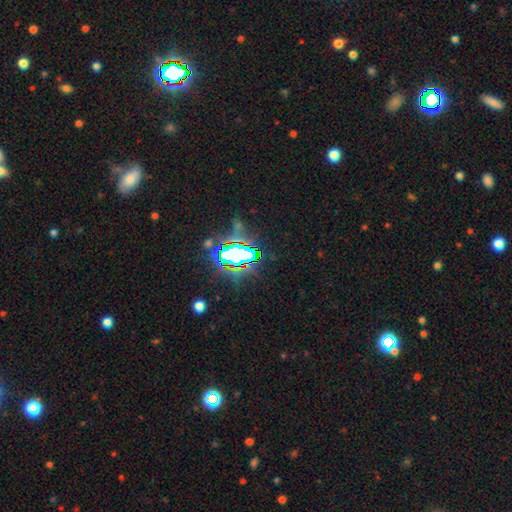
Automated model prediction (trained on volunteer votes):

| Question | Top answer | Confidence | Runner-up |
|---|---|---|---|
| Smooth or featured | star or artifact | 82% | smooth (11%) |